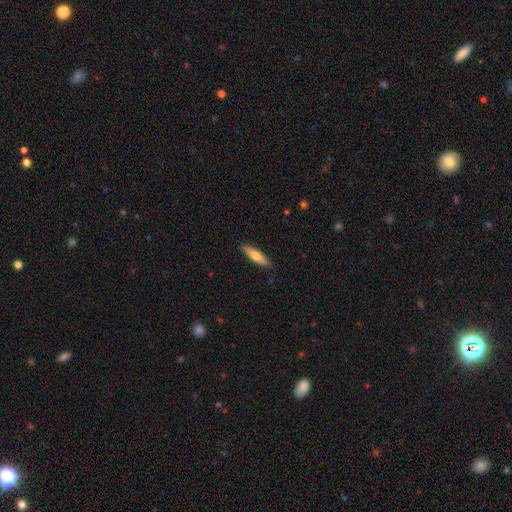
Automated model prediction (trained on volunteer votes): A smooth galaxy with no disk features (56%) that is cigar-shaped (77%).

Vote fractions:
- Smooth or featured? smooth: 56% / featured or disk: 38% / star or artifact: 6%
- How rounded? cigar-shaped: 77% / in between: 21% / round: 2%
- Merging? none: 89% / minor disturbance: 8% / major disturbance: 2% / merger: 1%